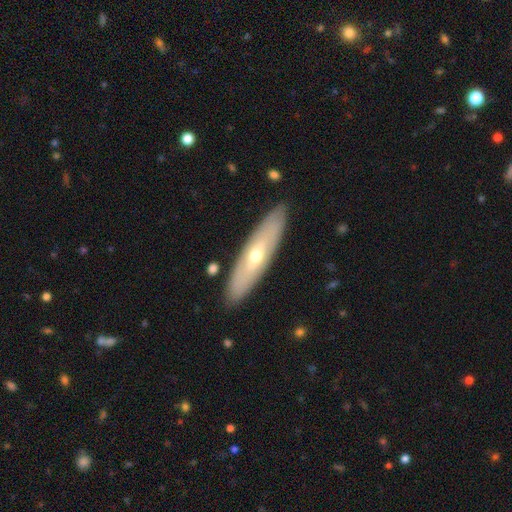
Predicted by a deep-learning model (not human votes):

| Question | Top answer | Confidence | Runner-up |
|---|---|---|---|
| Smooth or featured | featured or disk | 56% | smooth (38%) |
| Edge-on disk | yes | 53% | no (47%) |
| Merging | none | 88% | minor disturbance (9%) |